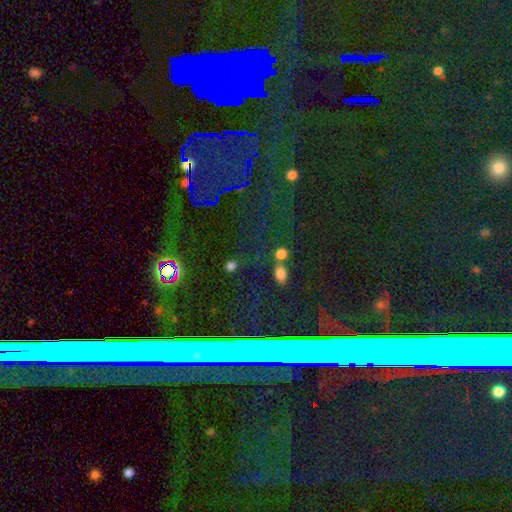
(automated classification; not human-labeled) This appears to be a star or artifact, not a galaxy (79%).